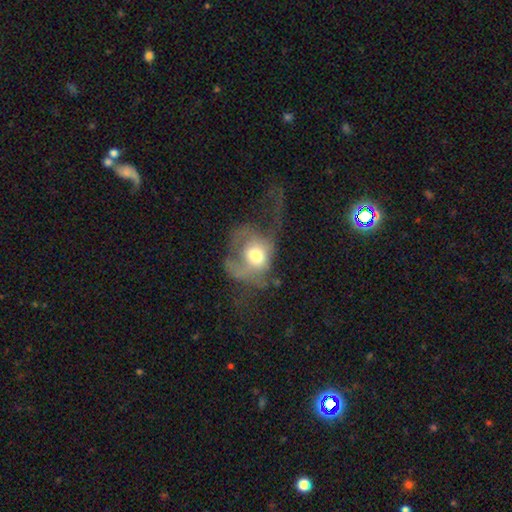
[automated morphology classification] This is possibly a smooth galaxy (48%). Merging: likely major disturbance (64%).